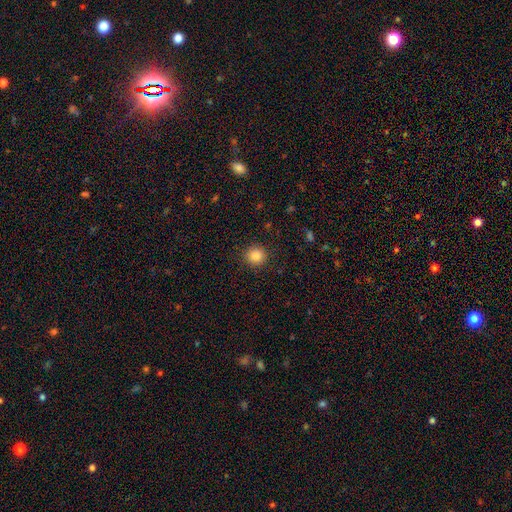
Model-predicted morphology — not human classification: Q: Smooth or featured?
A: smooth (85%); runner-up: star or artifact (11%)
Q: How rounded?
A: round (93%); runner-up: in between (6%)
Q: Merging?
A: none (91%); runner-up: minor disturbance (6%)